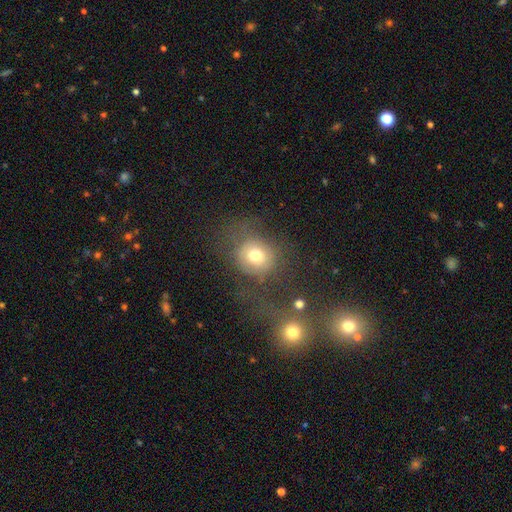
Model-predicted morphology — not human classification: The model was most divided on "merging": none: 50%, major disturbance: 25%, minor disturbance: 17%, merger: 8%. More confident: how rounded — round (81%); smooth or featured — smooth (70%).